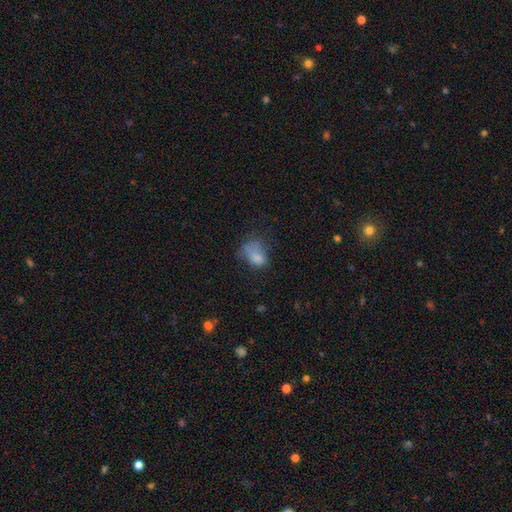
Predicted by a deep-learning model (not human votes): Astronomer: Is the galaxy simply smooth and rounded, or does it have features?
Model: smooth — 69%.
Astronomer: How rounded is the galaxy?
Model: in between — 80%.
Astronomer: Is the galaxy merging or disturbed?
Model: major disturbance — 39% (runner-up: none, 28%).